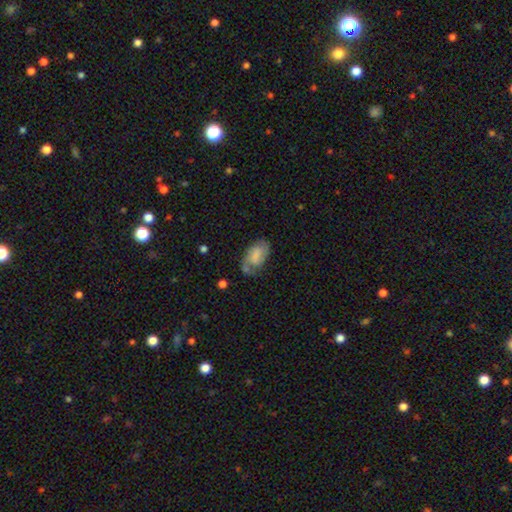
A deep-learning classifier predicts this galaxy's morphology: type=smooth (60%); roundness=in between (93%); merging=none (50%).